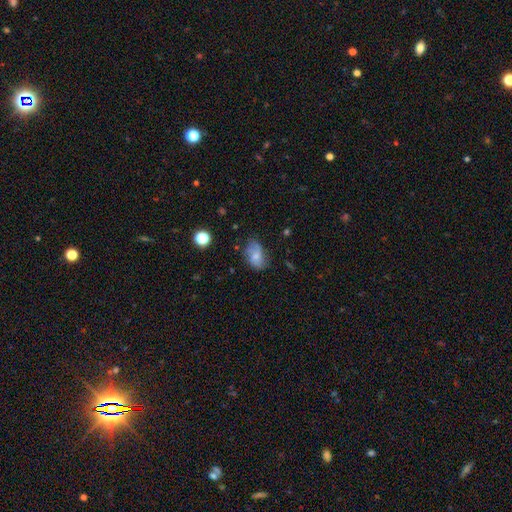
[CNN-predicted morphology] Smooth or featured: smooth — 57% (featured or disk — 33%)
How rounded: in between — 84% (round — 14%)
Merging: none — 56% (minor disturbance — 30%)